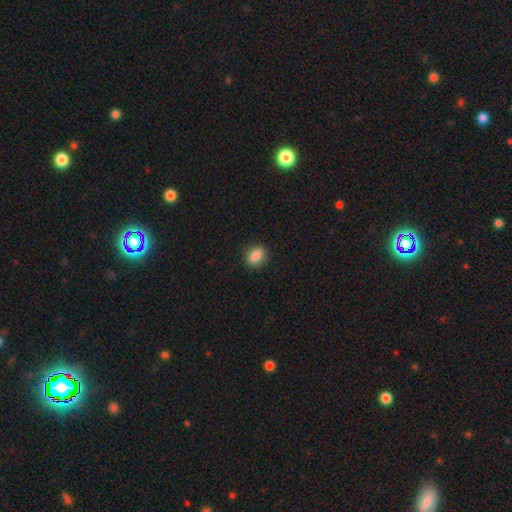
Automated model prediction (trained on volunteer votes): A smooth galaxy with no disk features (86%) that is in between round and cigar-shaped (63%). Merging: none (87%).